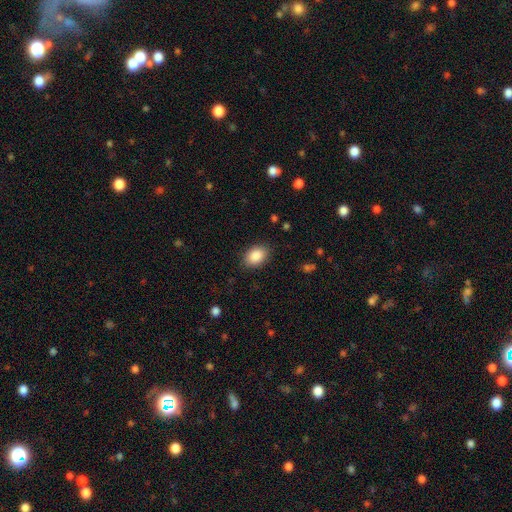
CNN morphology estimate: Smooth or featured: smooth — 89% (star or artifact — 7%)
How rounded: in between — 83% (round — 15%)
Merging: none — 86% (minor disturbance — 10%)